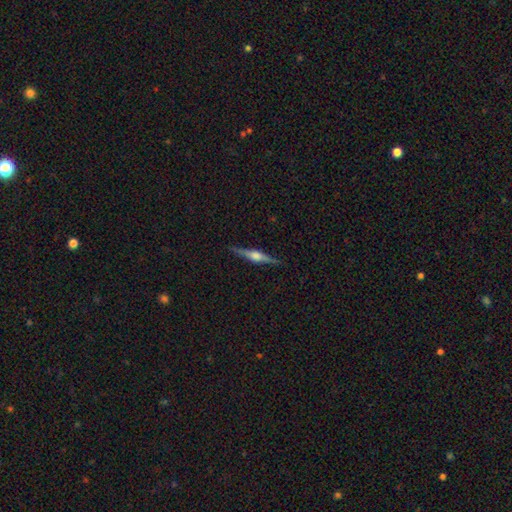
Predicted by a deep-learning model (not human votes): Morphology: type=featured or disk (80%); edge-on=yes (98%); edge-on bulge=rounded (87%); merging=none (90%).